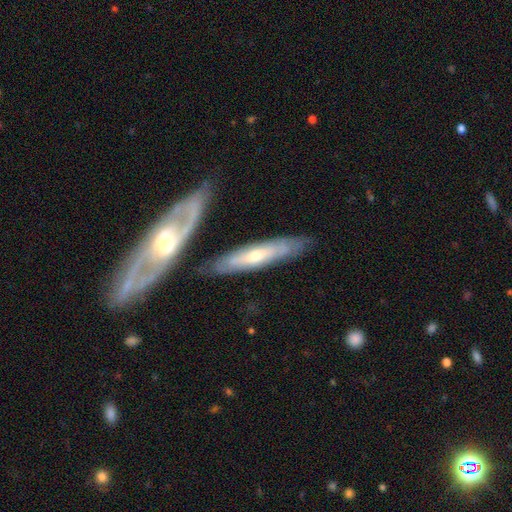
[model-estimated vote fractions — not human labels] A featured or disk galaxy (61%) viewed edge-on (59%). Merging: none (79%).